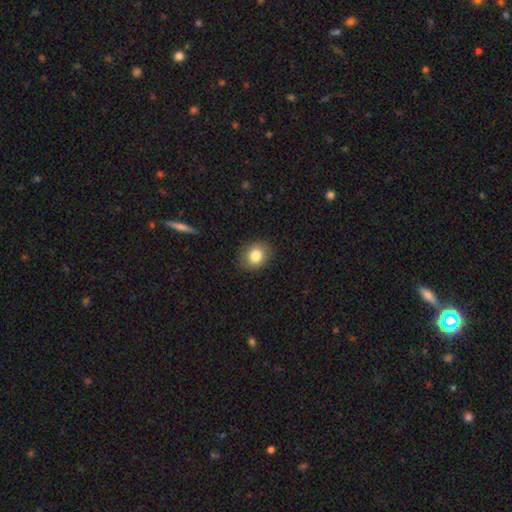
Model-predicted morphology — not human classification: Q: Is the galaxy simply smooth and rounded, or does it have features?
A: smooth — 82%.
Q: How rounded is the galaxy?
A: round — 61%.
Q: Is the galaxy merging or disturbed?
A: none — 86%.